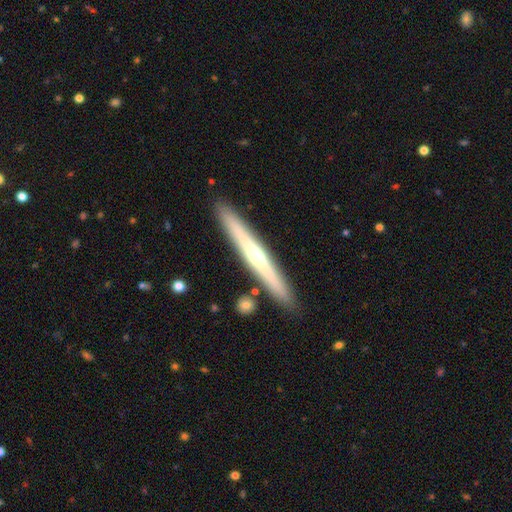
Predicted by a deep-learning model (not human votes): Smooth or featured? featured or disk (61%)
Edge-on disk? yes (96%)
Edge-on bulge? rounded (76%)
Merging? none (90%)